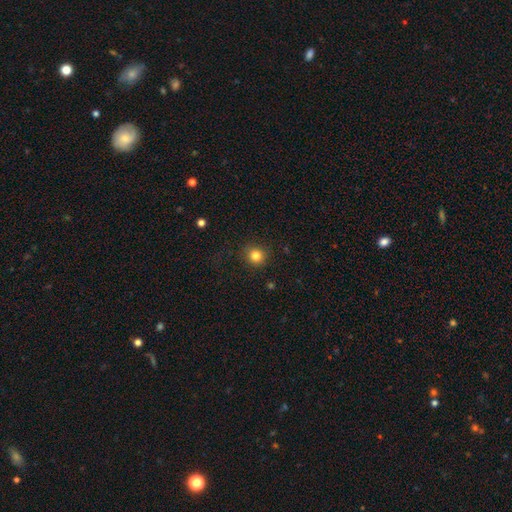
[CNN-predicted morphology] Smooth or featured?
  - smooth: 84% *
  - star or artifact: 11%
  - featured or disk: 5%
How rounded?
  - round: 91% *
  - in between: 8%
  - cigar-shaped: 1%
Merging?
  - none: 88% *
  - minor disturbance: 8%
  - major disturbance: 3%
  - merger: 1%